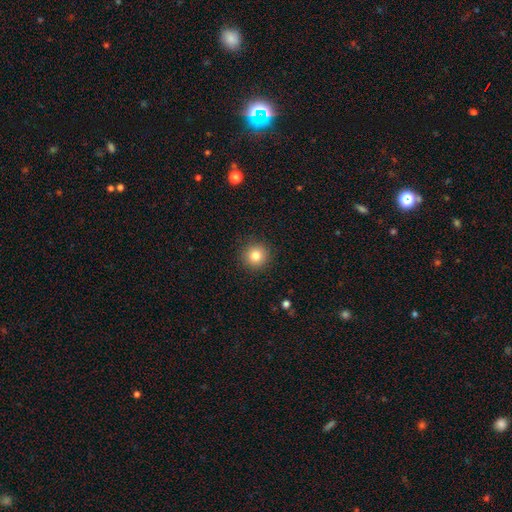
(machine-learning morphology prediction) type=smooth (82%); roundness=round (93%); merging=none (91%).